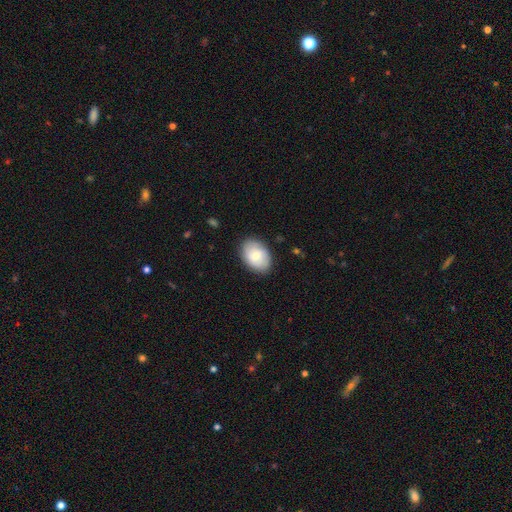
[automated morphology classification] Overall: smooth (71%). How rounded: in between (83%). Merging: none (84%).